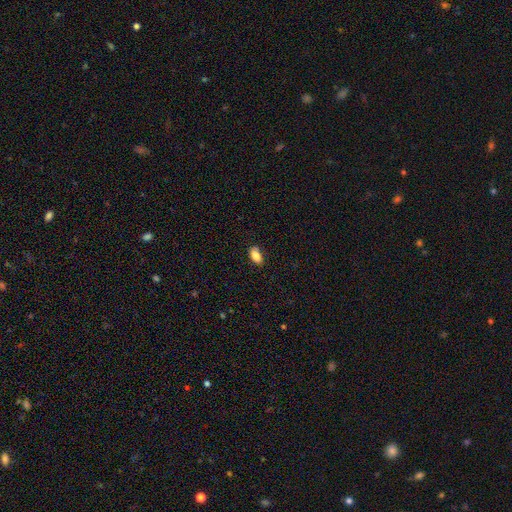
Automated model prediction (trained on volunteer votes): Smooth or featured?
  - smooth: 85% *
  - star or artifact: 8%
  - featured or disk: 7%
How rounded?
  - in between: 91% *
  - round: 5%
  - cigar-shaped: 4%
Merging?
  - none: 78% *
  - minor disturbance: 17%
  - major disturbance: 3%
  - merger: 2%